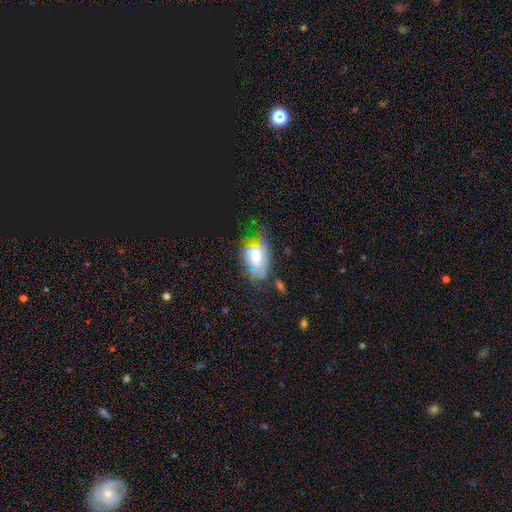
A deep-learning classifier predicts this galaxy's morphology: smooth-or-featured: smooth: 51% | featured or disk: 35% | star or artifact: 15%
  how-rounded: in between: 85% | round: 13% | cigar-shaped: 3%
  merging: none: 48% | minor disturbance: 29% | major disturbance: 19% | merger: 4%